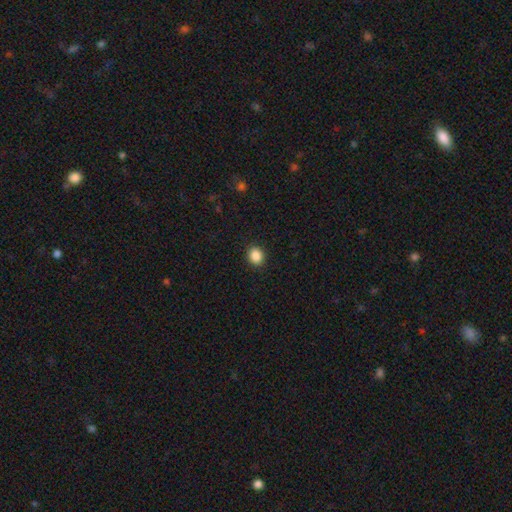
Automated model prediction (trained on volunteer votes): Smooth or featured?
  - smooth: 88% *
  - star or artifact: 10%
  - featured or disk: 3%
How rounded?
  - round: 66% *
  - in between: 33%
  - cigar-shaped: 1%
Merging?
  - none: 91% *
  - minor disturbance: 6%
  - major disturbance: 2%
  - merger: 1%